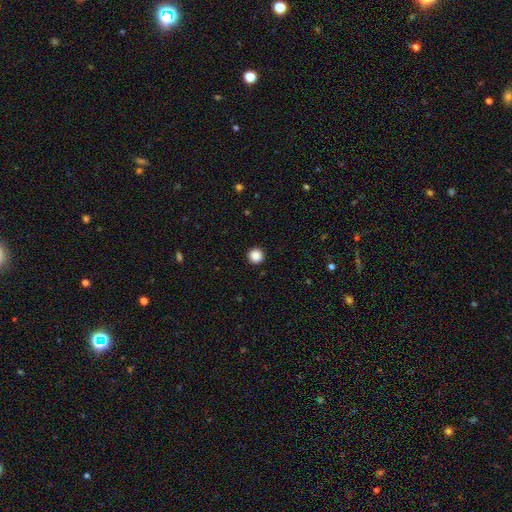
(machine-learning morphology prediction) Smooth or featured: smooth — 88% (star or artifact — 10%)
How rounded: round — 96% (in between — 3%)
Merging: none — 94% (minor disturbance — 4%)